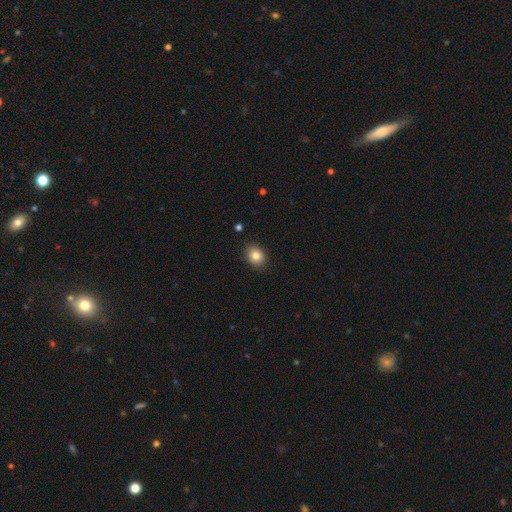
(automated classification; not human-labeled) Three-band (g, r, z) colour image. It shows a smooth galaxy with no disk features (83%) that is round (56%). Merging: none (88%).